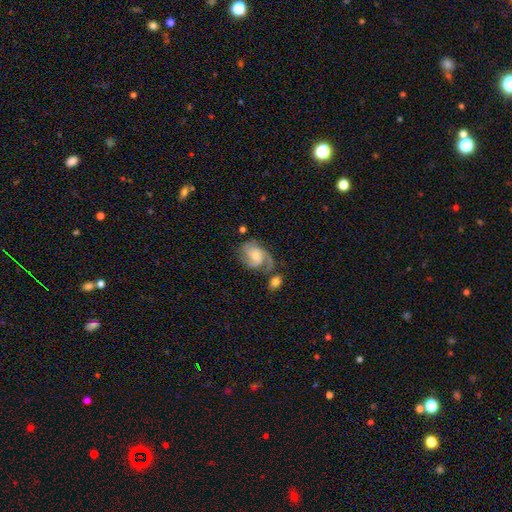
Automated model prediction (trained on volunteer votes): The model was most divided on "bulge size": moderate: 44%, small: 43%, large: 6%, none: 5%, dominant: 2%. Remaining: edge-on disk — no (98%); spiral arms — yes (95%); smooth or featured — featured or disk (78%); bar — no (66%); merging — none (50%); spiral winding — medium (48%); spiral arm count — 3 (44%).